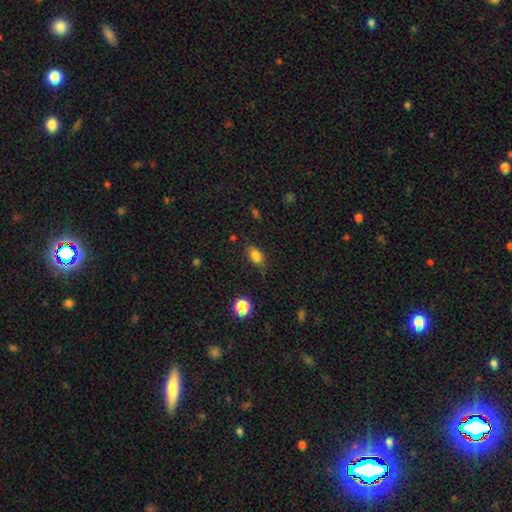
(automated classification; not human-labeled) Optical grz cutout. It shows a smooth galaxy with no disk features (80%) that is in between round and cigar-shaped (84%). Merging: none (77%).